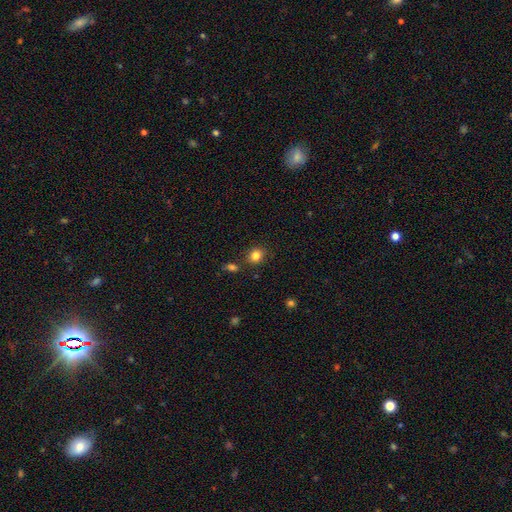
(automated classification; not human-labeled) smooth-or-featured: smooth: 83% | star or artifact: 11% | featured or disk: 6%
  how-rounded: round: 68% | in between: 31% | cigar-shaped: 1%
  merging: none: 81% | minor disturbance: 10% | merger: 6% | major disturbance: 3%